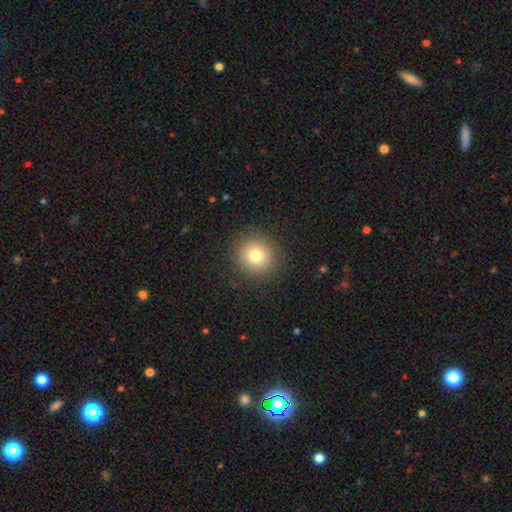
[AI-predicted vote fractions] This is likely a smooth galaxy (78%). How rounded: clearly round (93%). Merging: clearly none (89%).